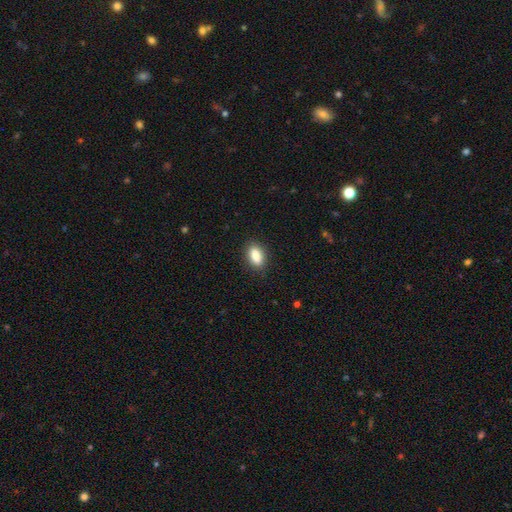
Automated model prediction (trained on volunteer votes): smooth-or-featured: smooth: 85% | star or artifact: 8% | featured or disk: 7%
  how-rounded: in between: 87% | round: 7% | cigar-shaped: 6%
  merging: none: 86% | minor disturbance: 11% | major disturbance: 2% | merger: 1%